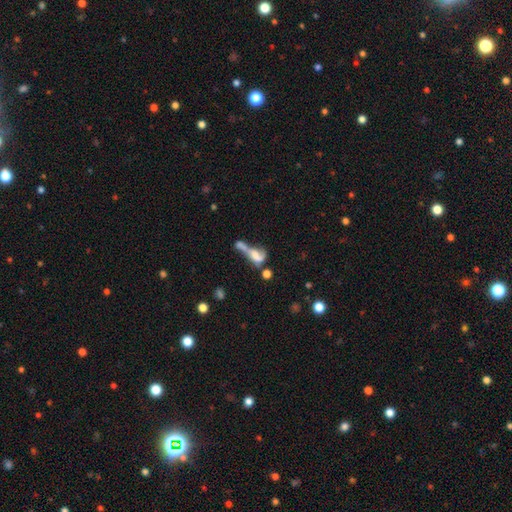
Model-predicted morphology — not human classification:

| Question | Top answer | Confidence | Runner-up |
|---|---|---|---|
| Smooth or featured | smooth | 44% | featured or disk (43%) |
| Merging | merger | 56% | major disturbance (22%) |